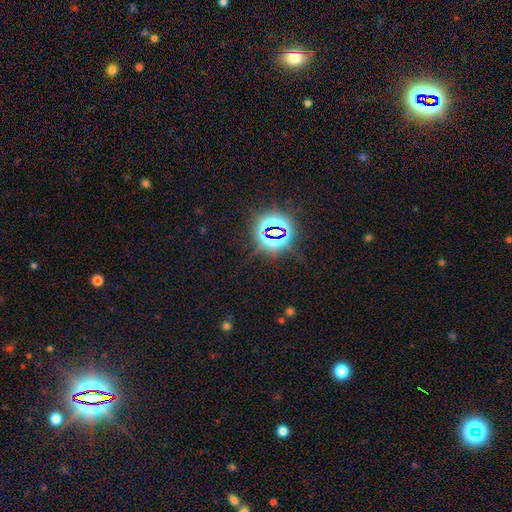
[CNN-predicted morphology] This appears to be a star or artifact, not a galaxy (81%).